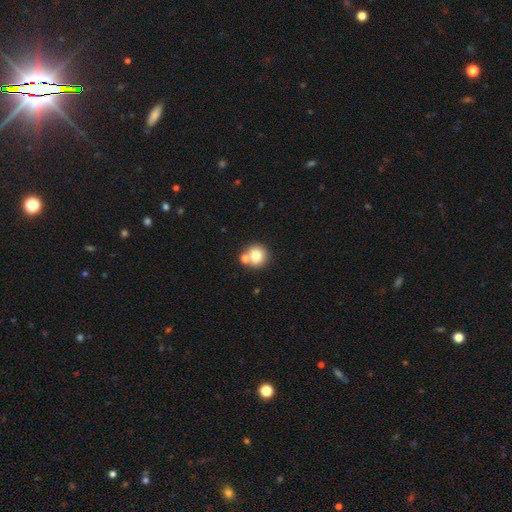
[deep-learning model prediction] Overall: smooth (76%). How rounded: round (91%). Merging: none (61%; merger 28%).